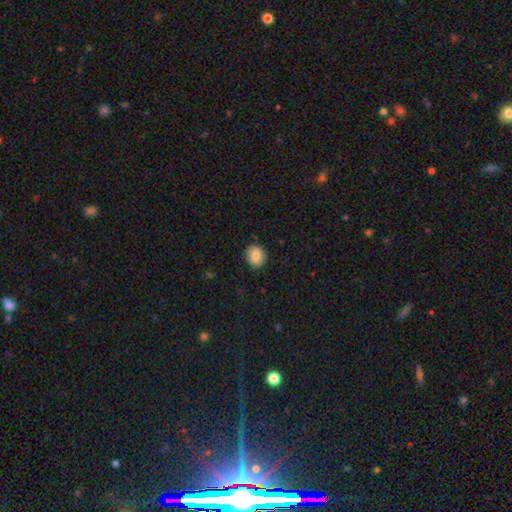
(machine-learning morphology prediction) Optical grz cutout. It shows a smooth galaxy with no disk features (82%) that is round (71%). Merging: none (88%).